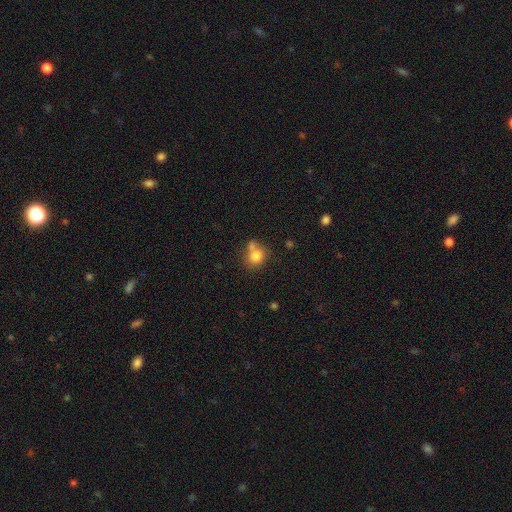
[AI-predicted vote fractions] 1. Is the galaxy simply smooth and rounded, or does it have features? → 79% smooth, 11% star or artifact, 11% featured or disk.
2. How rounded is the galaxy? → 70% round, 28% in between, 1% cigar-shaped.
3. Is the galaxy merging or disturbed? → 46% none, 29% merger, 17% minor disturbance, 8% major disturbance.